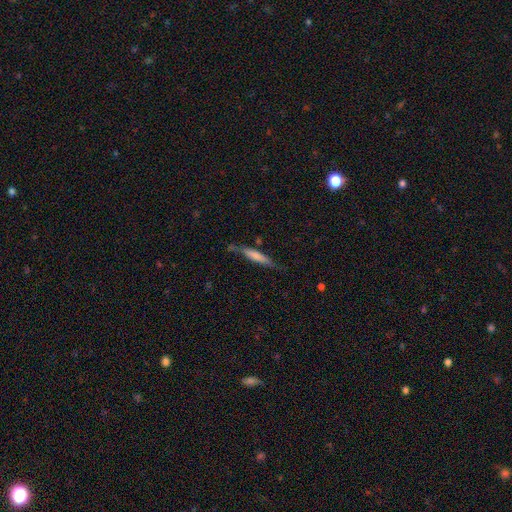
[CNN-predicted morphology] This is likely a smooth galaxy (64%). How rounded: clearly cigar-shaped (88%). Merging: likely none (68%).